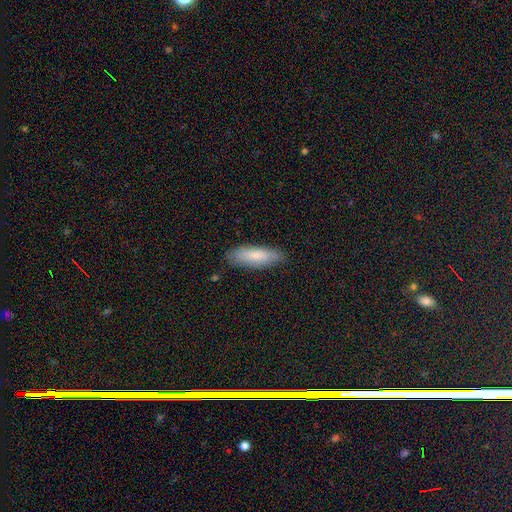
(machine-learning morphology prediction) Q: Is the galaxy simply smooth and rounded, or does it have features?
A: smooth — 79%.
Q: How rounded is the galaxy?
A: cigar-shaped — 53%.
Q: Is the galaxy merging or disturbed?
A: none — 84%.